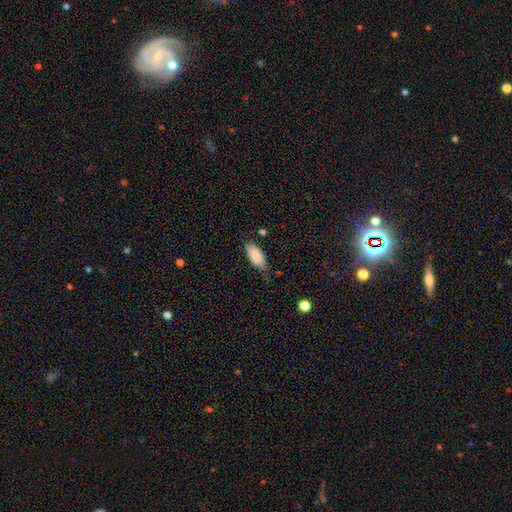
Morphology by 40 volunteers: A smooth galaxy with no disk features (92%) that is in between round and cigar-shaped (89%).

Vote fractions:
- Smooth or featured? smooth: 92% / star or artifact: 5% / featured or disk: 2%
- How rounded? in between: 89% / cigar-shaped: 8% / round: 3%
- Merging? none: 47% (tied) / minor disturbance: 47% (tied) / major disturbance: 3% / merger: 3%